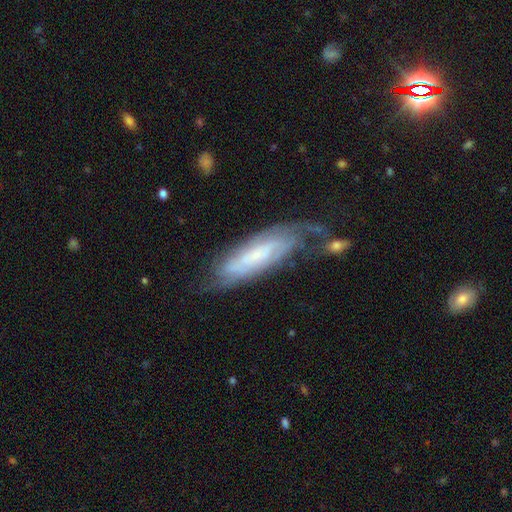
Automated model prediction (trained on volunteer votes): Smooth or featured: featured or disk — 74% (smooth — 19%)
Edge-on disk: no — 82% (yes — 18%)
Bar: no — 47% (weak — 37%)
Spiral arms: yes — 91% (no — 9%)
Spiral winding: tight — 57% (medium — 31%)
Spiral arm count: can't tell — 47% (2 — 33%)
Bulge size: small — 68% (moderate — 19%)
Merging: none — 53% (minor disturbance — 24%)